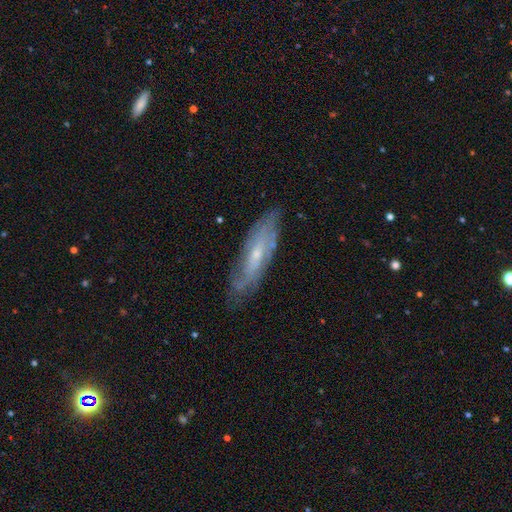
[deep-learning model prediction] This is likely a featured or disk galaxy (64%). It is possibly not viewed edge-on (60%). Merging: likely none (80%).